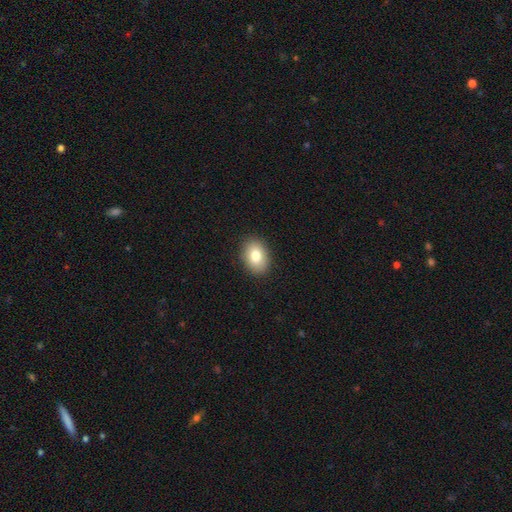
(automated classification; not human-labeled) Smooth or featured? Predicted: smooth (p=0.81). How rounded? Predicted: in between (p=0.76). Merging? Predicted: none (p=0.90).